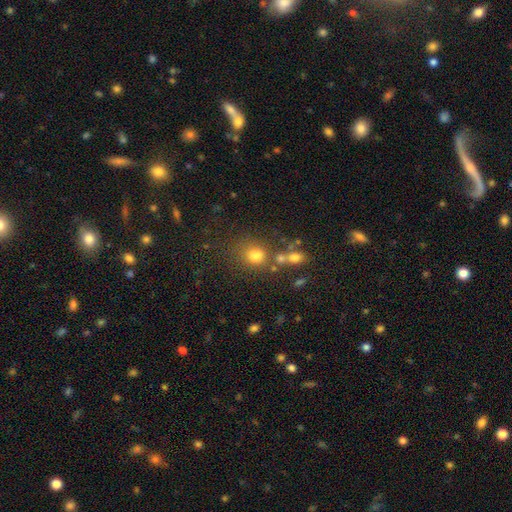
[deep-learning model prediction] smooth_or_featured: smooth (p=0.75) [alt: star or artifact p=0.16]
how_rounded: round (p=0.70) [alt: in between p=0.29]
merging: none (p=0.57) [alt: merger p=0.21]